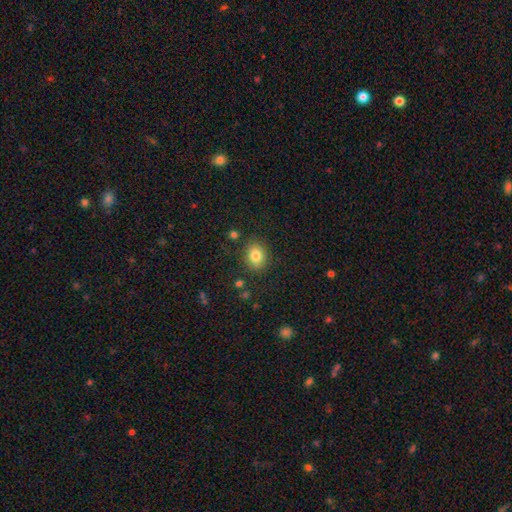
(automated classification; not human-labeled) This is clearly a smooth galaxy (82%). How rounded: possibly round (51%). Merging: clearly none (85%).